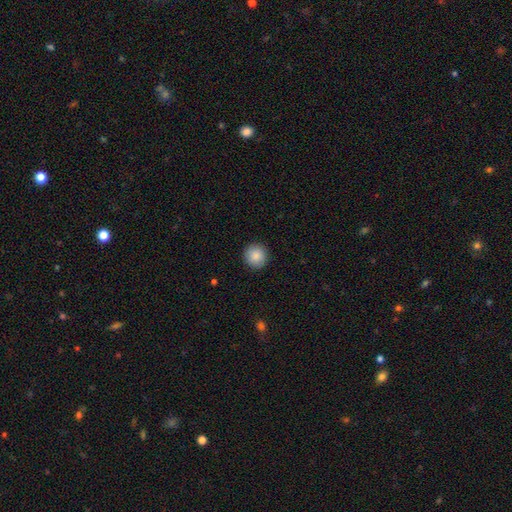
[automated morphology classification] This is clearly a smooth galaxy (88%). How rounded: clearly round (94%). Merging: clearly none (92%).